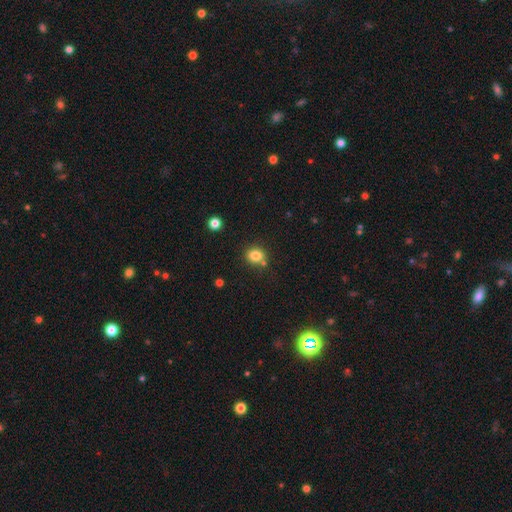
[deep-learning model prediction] Smooth or featured? Predicted: smooth (p=0.81). How rounded? Predicted: round (p=0.72). Merging? Predicted: none (p=0.72).